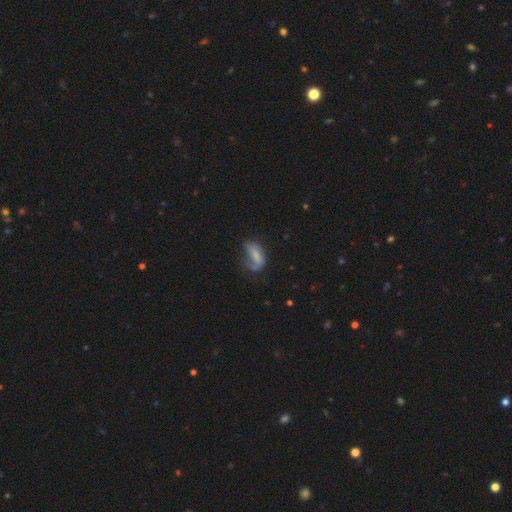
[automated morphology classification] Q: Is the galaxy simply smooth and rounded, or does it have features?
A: smooth — 58%.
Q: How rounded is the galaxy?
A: in between — 76%.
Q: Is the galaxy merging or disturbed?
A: major disturbance — 40%.